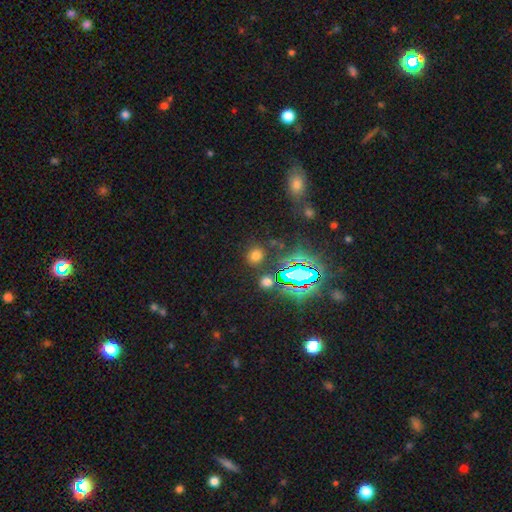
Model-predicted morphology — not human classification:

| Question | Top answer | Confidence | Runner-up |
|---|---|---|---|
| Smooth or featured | smooth | 64% | star or artifact (30%) |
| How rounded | round | 79% | in between (20%) |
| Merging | none | 84% | minor disturbance (8%) |